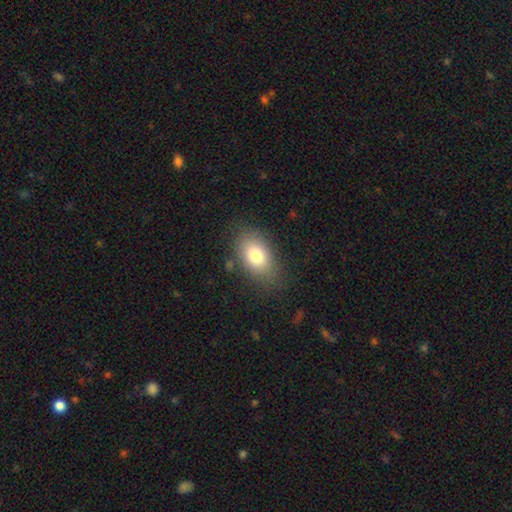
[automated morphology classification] Smooth or featured? Predicted: smooth (p=0.78). How rounded? Predicted: in between (p=0.86). Merging? Predicted: none (p=0.77).